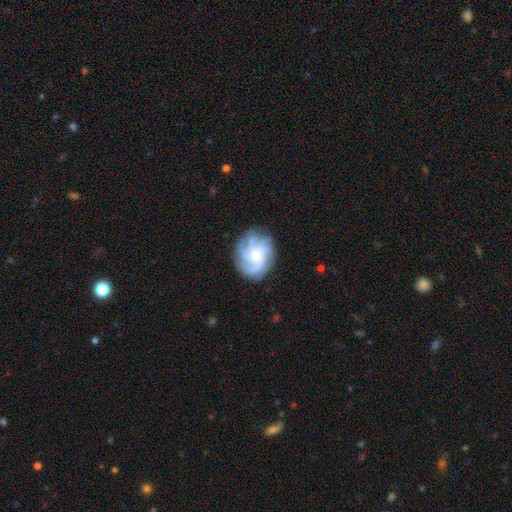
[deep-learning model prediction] Q: Smooth or featured?
A: featured or disk (77%); runner-up: smooth (16%)
Q: Edge-on disk?
A: no (98%); runner-up: yes (2%)
Q: Bar?
A: no (77%); runner-up: weak (21%)
Q: Spiral arms?
A: yes (95%); runner-up: no (5%)
Q: Spiral winding?
A: tight (48%); runner-up: medium (39%)
Q: Spiral arm count?
A: 4 (34%); runner-up: 3 (25%)
Q: Bulge size?
A: small (64%); runner-up: moderate (26%)
Q: Merging?
A: none (75%); runner-up: minor disturbance (16%)